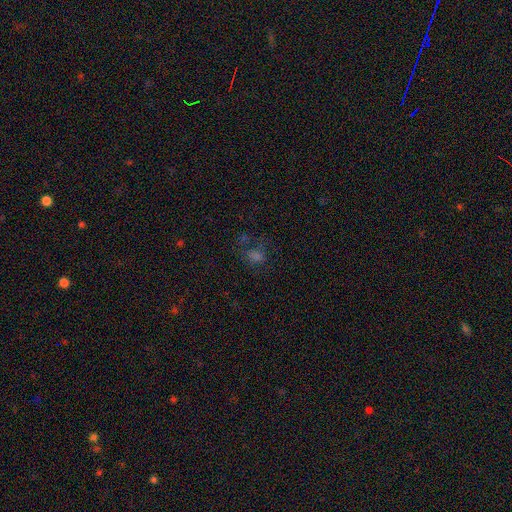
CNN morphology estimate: This is possibly a smooth galaxy (47%). Merging: possibly none (48%).